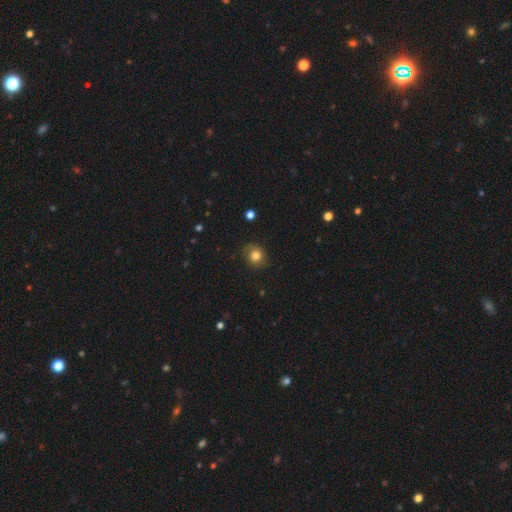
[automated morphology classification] This is likely a smooth galaxy (75%). How rounded: likely round (76%). Merging: likely none (77%).